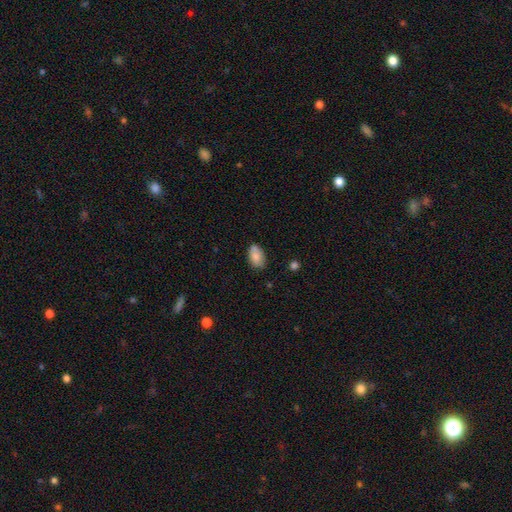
This is likely a smooth galaxy (71%). How rounded: clearly in between (89%). Merging: likely none (74%).